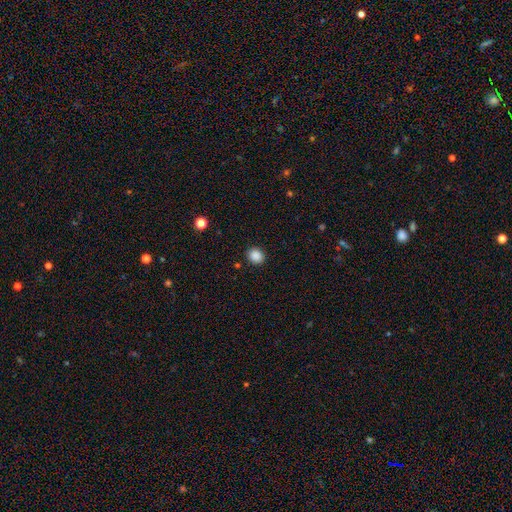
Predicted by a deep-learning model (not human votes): Smooth or featured? Predicted: smooth (p=0.88). How rounded? Predicted: round (p=0.68). Merging? Predicted: none (p=0.90).